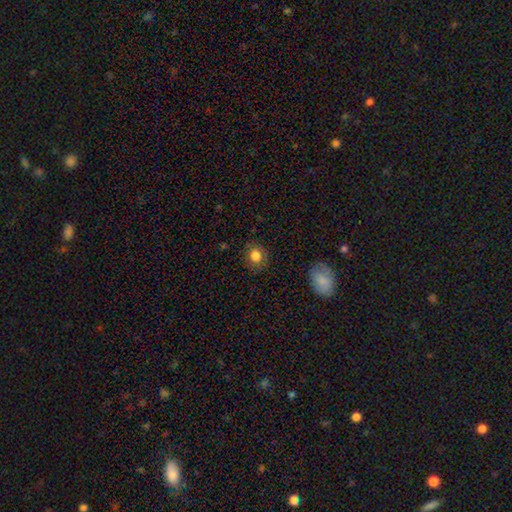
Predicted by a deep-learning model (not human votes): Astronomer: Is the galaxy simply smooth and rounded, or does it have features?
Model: smooth — 82%.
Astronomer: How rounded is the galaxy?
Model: round — 75%.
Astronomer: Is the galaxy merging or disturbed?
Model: none — 84%.